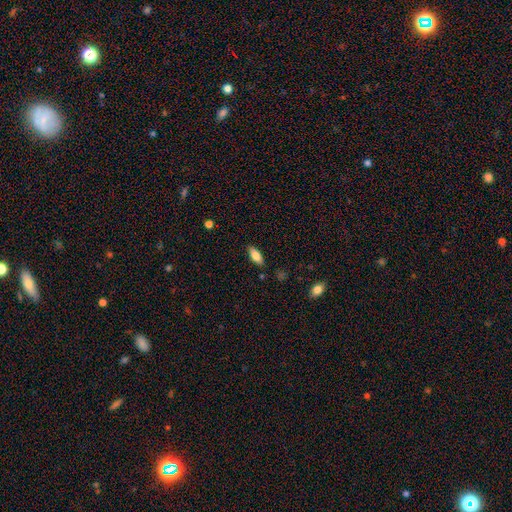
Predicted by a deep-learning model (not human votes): The model was most divided on "how rounded": in between: 81%, cigar-shaped: 17%, round: 2%. More confident: merging — none (86%); smooth or featured — smooth (78%).